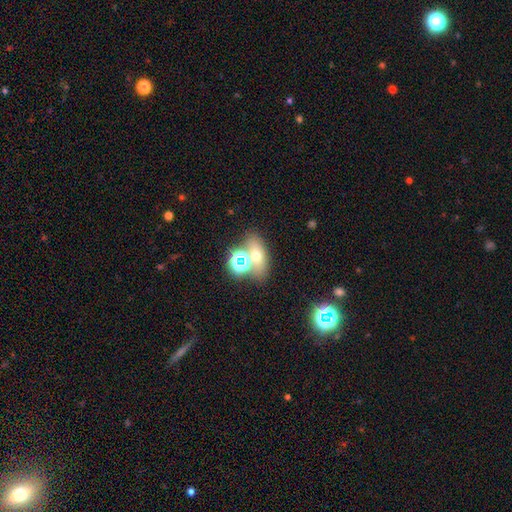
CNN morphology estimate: smooth-or-featured: smooth: 57% | star or artifact: 23% | featured or disk: 20%
  how-rounded: in between: 64% | round: 30% | cigar-shaped: 5%
  merging: none: 58% | merger: 27% | minor disturbance: 10% | major disturbance: 5%